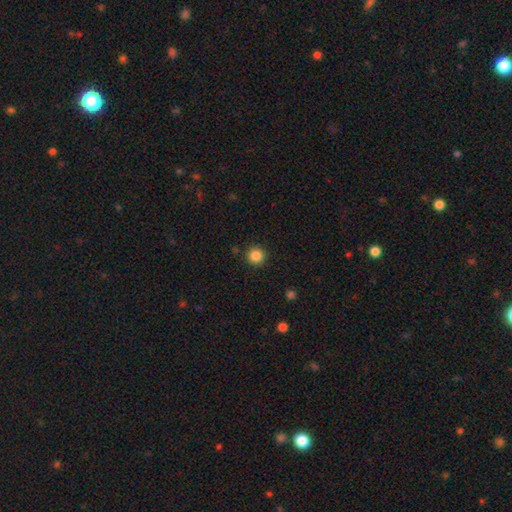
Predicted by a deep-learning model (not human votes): A smooth galaxy with no disk features (86%) that is round (95%).

Vote fractions:
- Smooth or featured? smooth: 86% / star or artifact: 11% / featured or disk: 3%
- How rounded? round: 95% / in between: 4% / cigar-shaped: 1%
- Merging? none: 91% / minor disturbance: 6% / major disturbance: 2% / merger: 1%